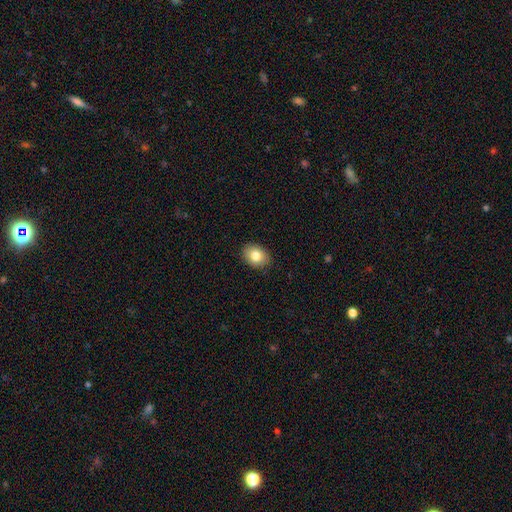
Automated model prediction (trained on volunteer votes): Q: Smooth or featured?
A: smooth (81%); runner-up: featured or disk (10%)
Q: How rounded?
A: in between (64%); runner-up: round (36%)
Q: Merging?
A: none (88%); runner-up: minor disturbance (9%)